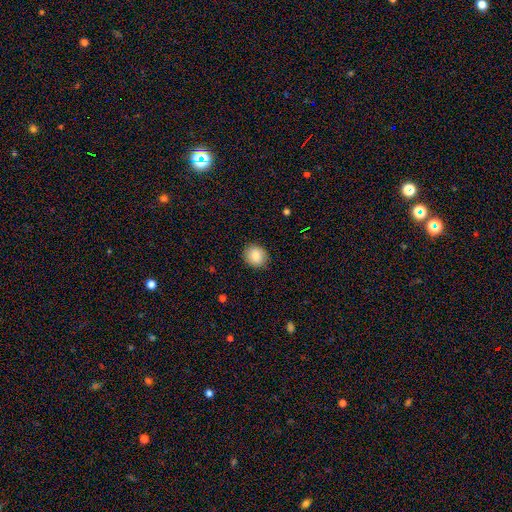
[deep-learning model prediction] Smooth or featured?
  - smooth: 85% *
  - star or artifact: 8%
  - featured or disk: 7%
How rounded?
  - round: 74% *
  - in between: 25%
  - cigar-shaped: 1%
Merging?
  - none: 88% *
  - minor disturbance: 8%
  - major disturbance: 2%
  - merger: 1%